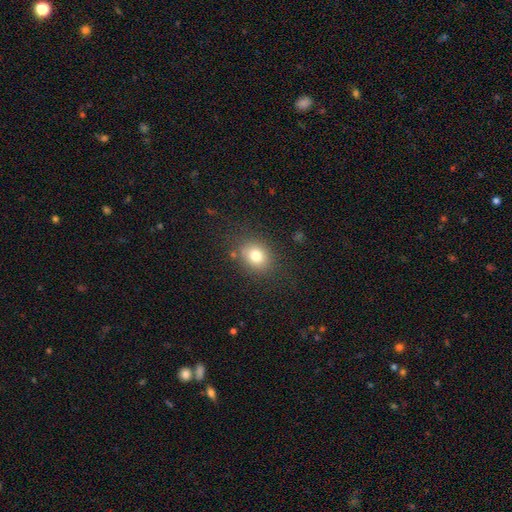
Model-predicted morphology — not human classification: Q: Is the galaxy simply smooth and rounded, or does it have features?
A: smooth — 78%.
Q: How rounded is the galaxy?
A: round — 57%.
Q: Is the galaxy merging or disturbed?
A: none — 80%.